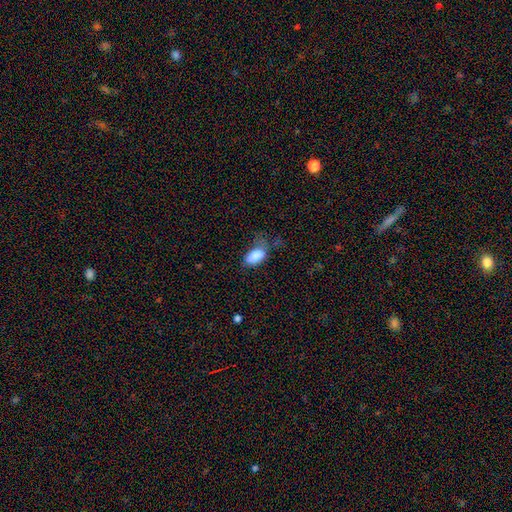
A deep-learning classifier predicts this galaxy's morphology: Smooth or featured? Predicted: smooth (p=0.82). How rounded? Predicted: in between (p=0.92). Merging? Predicted: minor disturbance (p=0.34).